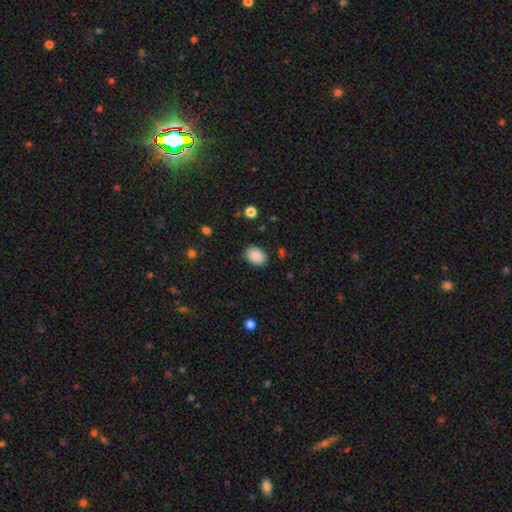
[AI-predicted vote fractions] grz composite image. It shows a smooth galaxy with no disk features (89%) that is in between round and cigar-shaped (70%). Merging: none (84%).